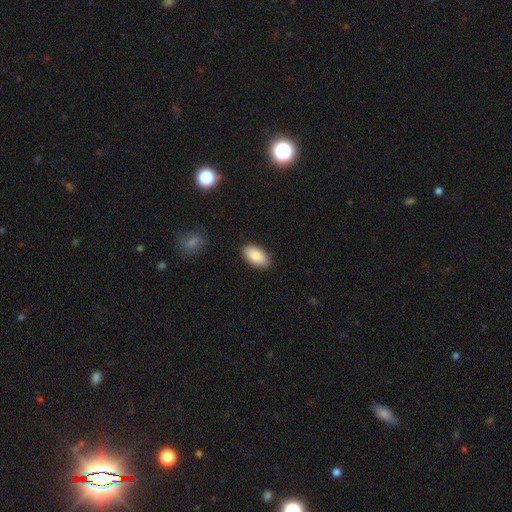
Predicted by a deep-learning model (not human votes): This is clearly a smooth galaxy (86%). How rounded: clearly in between (94%). Merging: clearly none (88%).